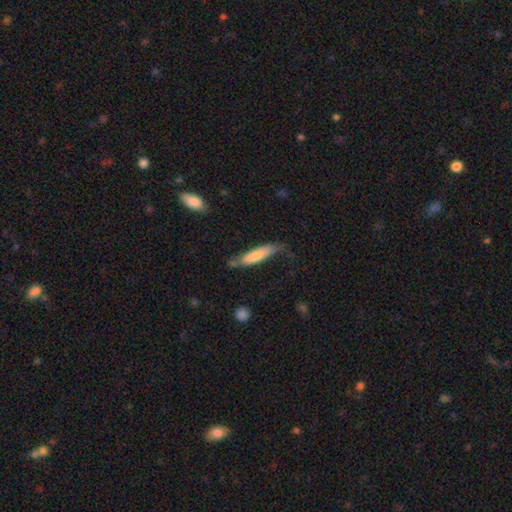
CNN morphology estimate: Smooth or featured? smooth (69%)
How rounded? cigar-shaped (74%)
Merging? none (51%)